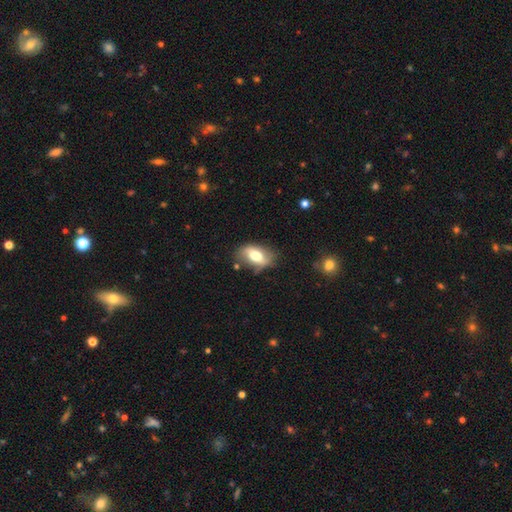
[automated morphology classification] Smooth or featured: smooth — 60% (featured or disk — 33%)
How rounded: in between — 89% (round — 8%)
Merging: none — 63% (minor disturbance — 25%)